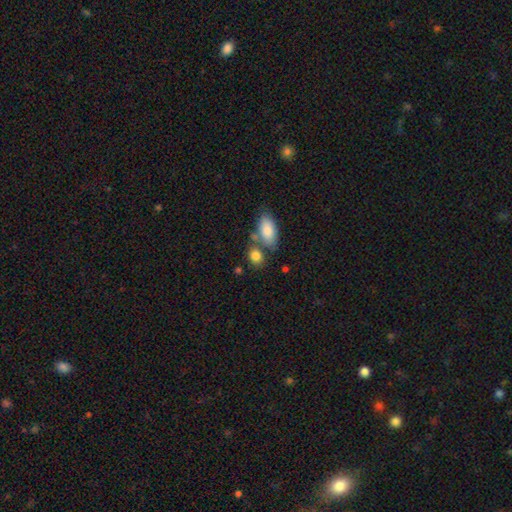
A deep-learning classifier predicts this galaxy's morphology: A smooth galaxy with no disk features (85%) that is in between round and cigar-shaped (62%). Merging: none (56%).